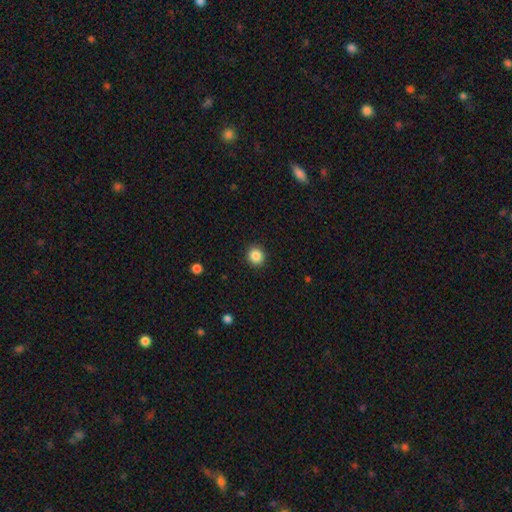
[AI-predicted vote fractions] This appears to be a smooth galaxy with no disk features (86%) that is round (89%). Merging: none (92%).